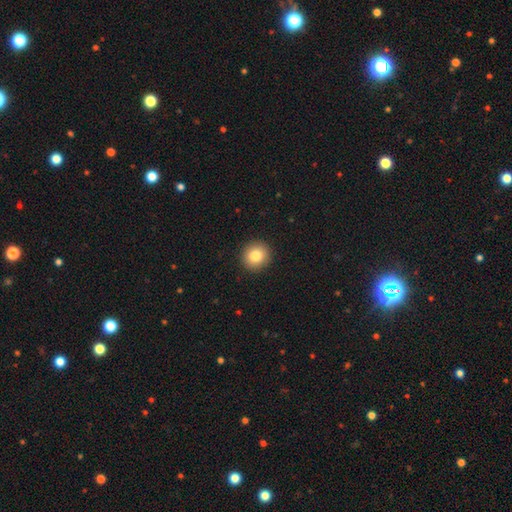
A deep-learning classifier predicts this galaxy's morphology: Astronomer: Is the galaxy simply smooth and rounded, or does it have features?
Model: smooth — 82%.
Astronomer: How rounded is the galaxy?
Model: round — 92%.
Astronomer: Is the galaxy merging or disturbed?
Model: none — 93%.